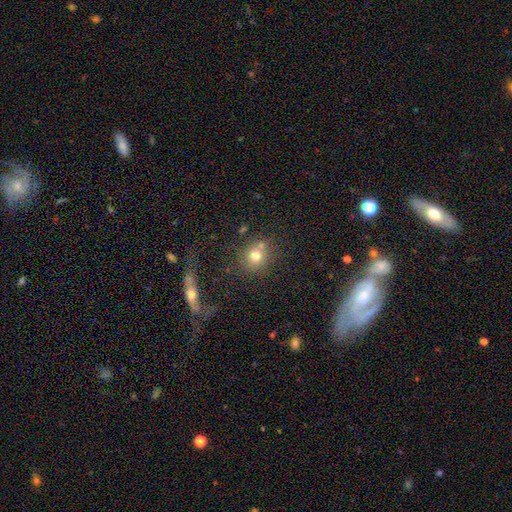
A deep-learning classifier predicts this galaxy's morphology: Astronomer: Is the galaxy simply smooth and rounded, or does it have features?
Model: smooth — 74%.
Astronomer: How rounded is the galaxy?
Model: round — 83%.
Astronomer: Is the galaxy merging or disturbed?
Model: none — 66%.